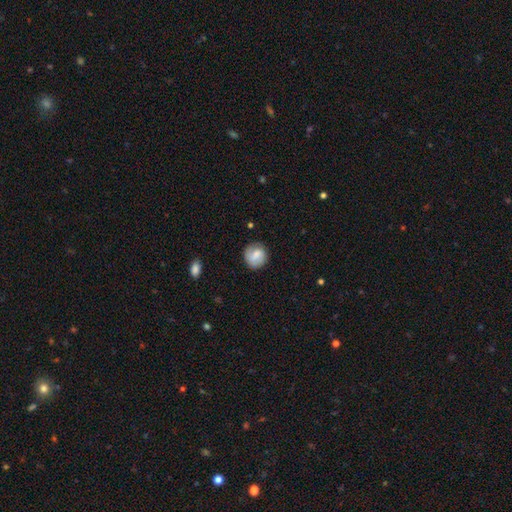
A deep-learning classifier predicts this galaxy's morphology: type=smooth (69%); roundness=round (84%); merging=none (77%).